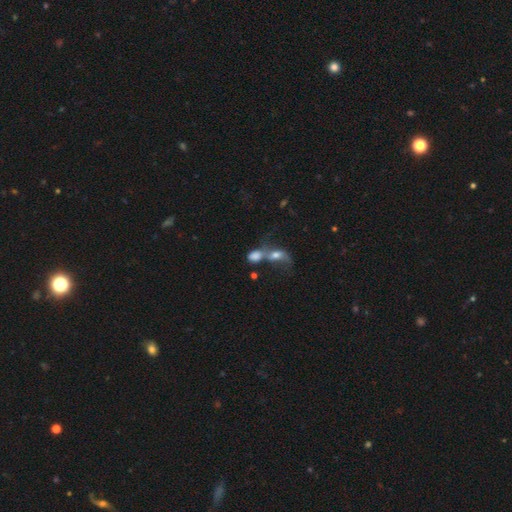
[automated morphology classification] Smooth or featured? smooth (63%)
How rounded? in between (75%)
Merging? merger (70%)